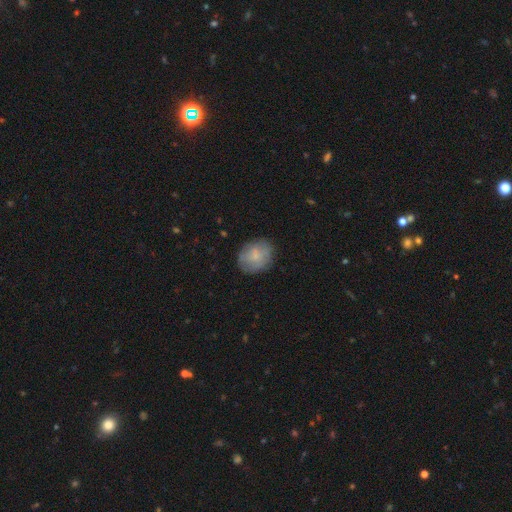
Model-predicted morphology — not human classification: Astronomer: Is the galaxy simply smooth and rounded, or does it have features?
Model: smooth — 71%.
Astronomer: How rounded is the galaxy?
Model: round — 58% (runner-up: in between, 41%).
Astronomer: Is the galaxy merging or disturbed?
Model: none — 77%.